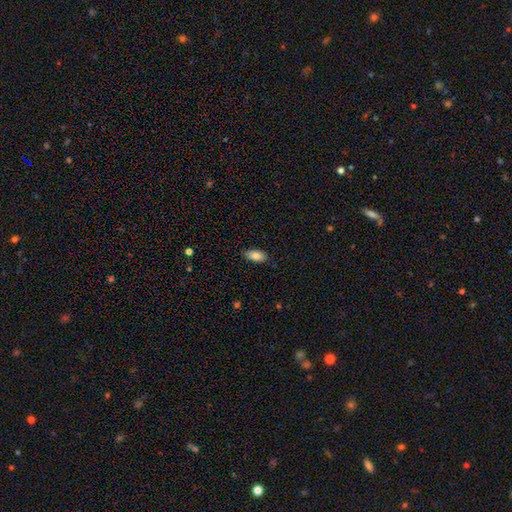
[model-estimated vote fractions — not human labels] Overall: smooth (85%). How rounded: in between (92%). Merging: none (84%).